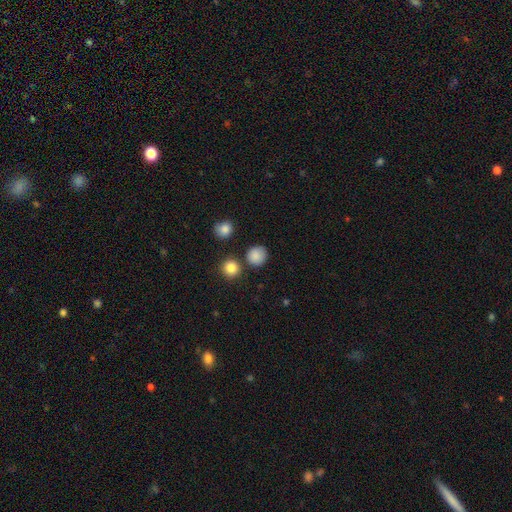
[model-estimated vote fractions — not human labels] Smooth or featured?
  - smooth: 86% *
  - star or artifact: 10%
  - featured or disk: 4%
How rounded?
  - round: 90% *
  - in between: 9%
  - cigar-shaped: 1%
Merging?
  - none: 80% *
  - minor disturbance: 9%
  - merger: 8%
  - major disturbance: 3%